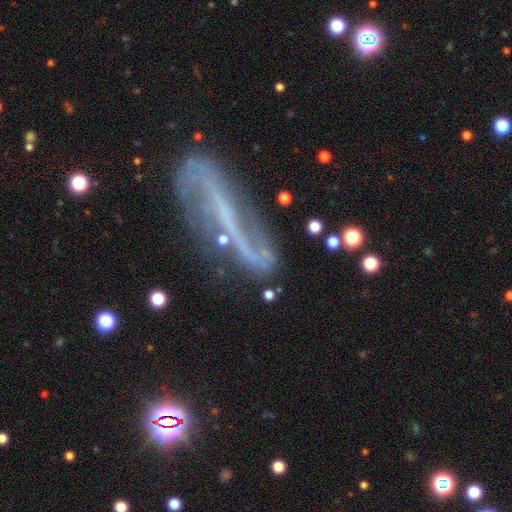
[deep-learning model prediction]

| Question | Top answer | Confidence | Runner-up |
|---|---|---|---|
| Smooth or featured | featured or disk | 74% | smooth (15%) |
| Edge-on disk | no | 78% | yes (22%) |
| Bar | strong | 42% | no (32%) |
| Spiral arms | yes | 66% | no (34%) |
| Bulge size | none | 47% | small (36%) |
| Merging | none | 49% | minor disturbance (22%) |